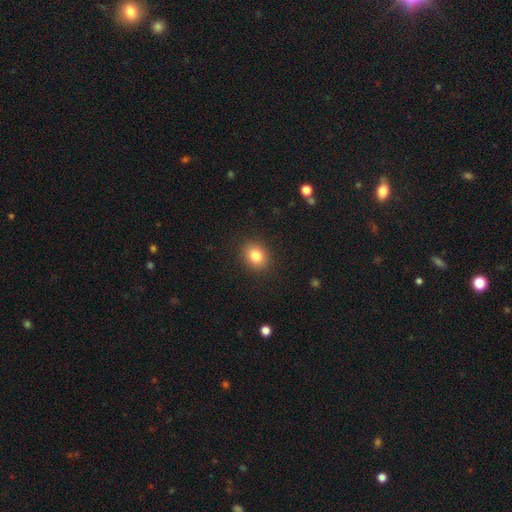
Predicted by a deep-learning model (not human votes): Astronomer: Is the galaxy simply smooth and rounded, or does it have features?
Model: smooth — 84%.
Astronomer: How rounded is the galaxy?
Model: in between — 50% (runner-up: round, 49%).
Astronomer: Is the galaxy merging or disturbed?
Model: none — 89%.